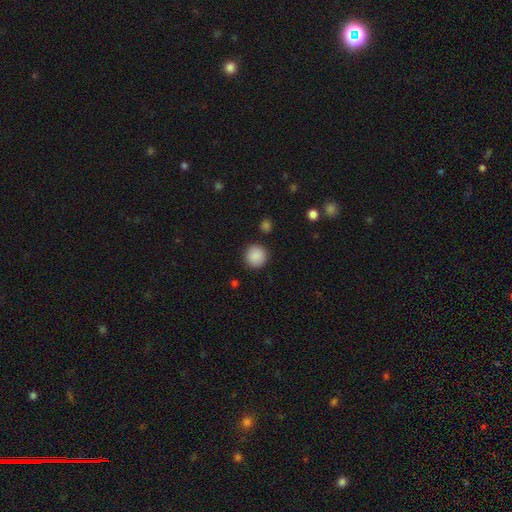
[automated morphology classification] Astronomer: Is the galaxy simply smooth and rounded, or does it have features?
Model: smooth — 89%.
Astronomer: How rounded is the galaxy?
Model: round — 94%.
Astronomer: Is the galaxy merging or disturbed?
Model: none — 91%.